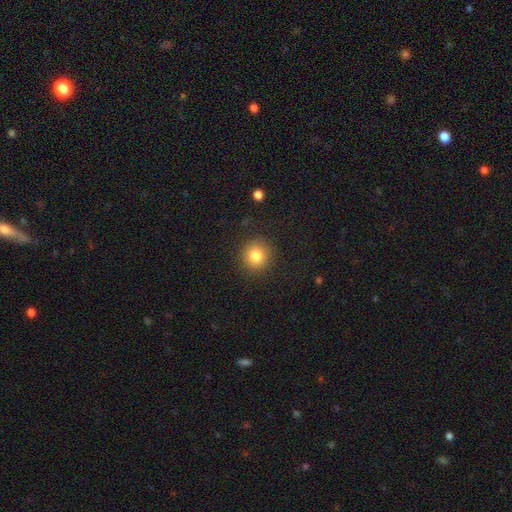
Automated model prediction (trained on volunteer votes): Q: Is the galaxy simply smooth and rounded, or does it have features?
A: smooth — 82%.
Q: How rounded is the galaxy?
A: round — 92%.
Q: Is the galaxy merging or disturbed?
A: none — 90%.